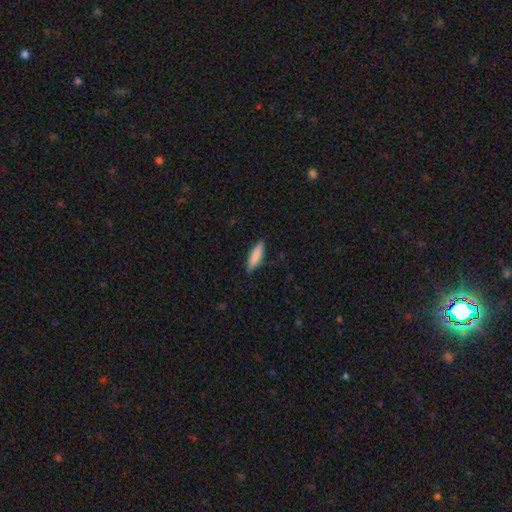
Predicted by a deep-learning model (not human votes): Smooth or featured: smooth — 83% (featured or disk — 12%)
How rounded: cigar-shaped — 67% (in between — 31%)
Merging: none — 85% (minor disturbance — 12%)